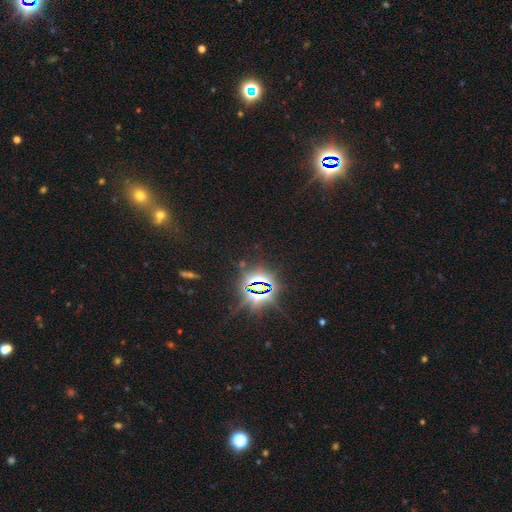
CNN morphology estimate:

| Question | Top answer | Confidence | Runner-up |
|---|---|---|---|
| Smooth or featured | star or artifact | 78% | smooth (14%) |